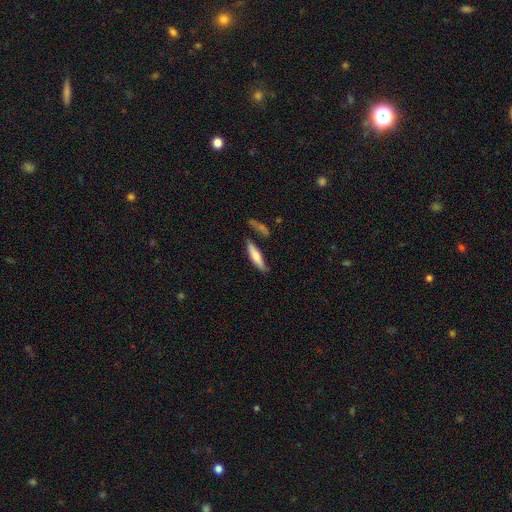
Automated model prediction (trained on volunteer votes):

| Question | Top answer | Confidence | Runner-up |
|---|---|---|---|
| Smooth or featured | smooth | 67% | featured or disk (27%) |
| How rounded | cigar-shaped | 80% | in between (18%) |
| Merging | none | 69% | minor disturbance (19%) |